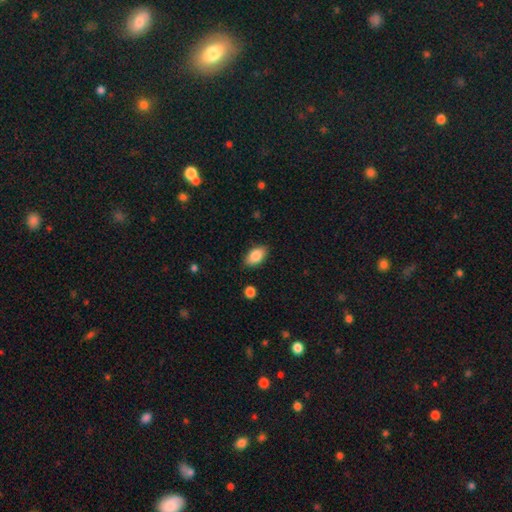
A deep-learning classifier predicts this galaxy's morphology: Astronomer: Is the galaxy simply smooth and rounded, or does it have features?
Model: smooth — 86%.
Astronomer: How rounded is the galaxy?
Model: in between — 92%.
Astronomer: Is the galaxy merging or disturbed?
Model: none — 85%.